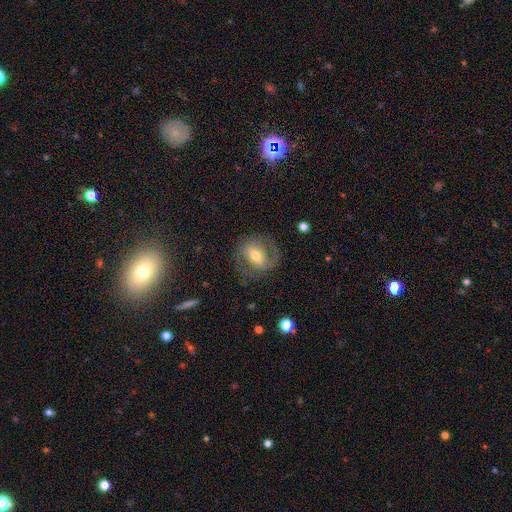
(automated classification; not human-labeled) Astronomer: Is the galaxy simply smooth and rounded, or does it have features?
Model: featured or disk — 65%.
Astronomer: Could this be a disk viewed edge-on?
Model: no — 96%.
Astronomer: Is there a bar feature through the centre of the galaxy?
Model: weak — 44% (runner-up: strong, 32%).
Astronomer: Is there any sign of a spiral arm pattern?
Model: yes — 78%.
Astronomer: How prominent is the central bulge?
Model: moderate — 69%.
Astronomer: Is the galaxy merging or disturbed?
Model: none — 70%.